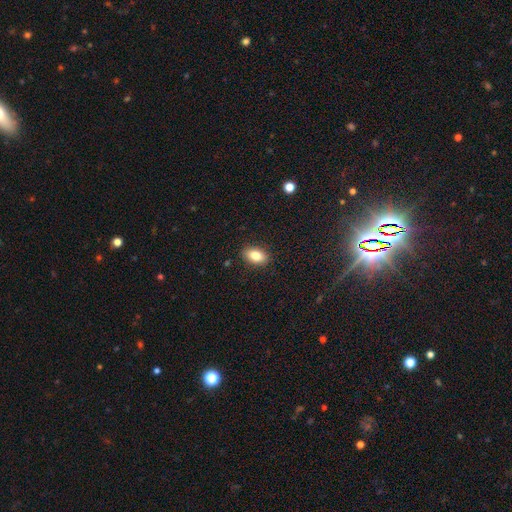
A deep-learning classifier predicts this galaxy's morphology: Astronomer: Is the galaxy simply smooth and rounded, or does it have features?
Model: smooth — 83%.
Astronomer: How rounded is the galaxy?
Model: in between — 89%.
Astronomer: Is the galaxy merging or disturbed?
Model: none — 88%.